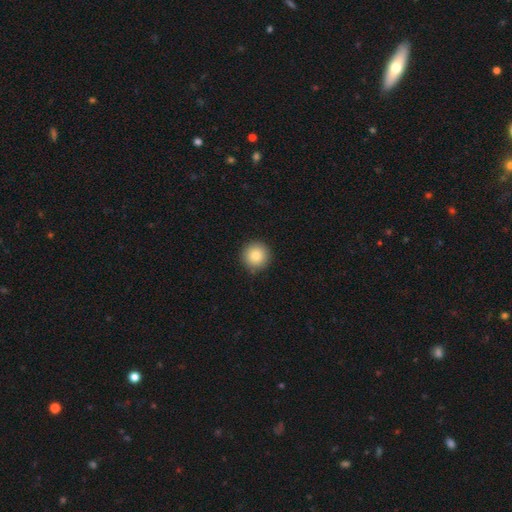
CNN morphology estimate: smooth_or_featured: smooth (p=0.83) [alt: star or artifact p=0.10]
how_rounded: round (p=0.96) [alt: in between p=0.03]
merging: none (p=0.91) [alt: minor disturbance p=0.06]